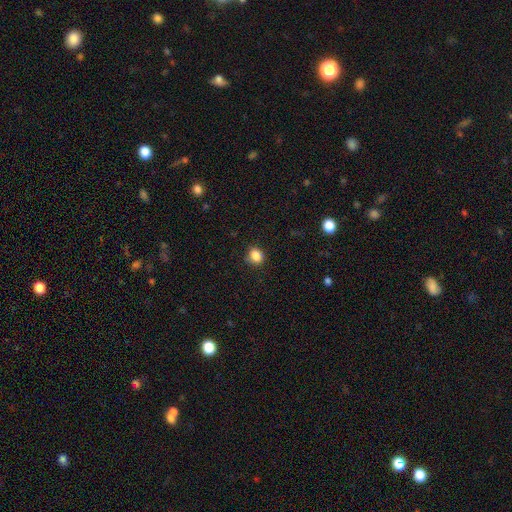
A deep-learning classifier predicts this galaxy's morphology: The model was most divided on "how rounded": round: 59%, in between: 40%, cigar-shaped: 1%. More confident: smooth or featured — smooth (86%); merging — none (82%).